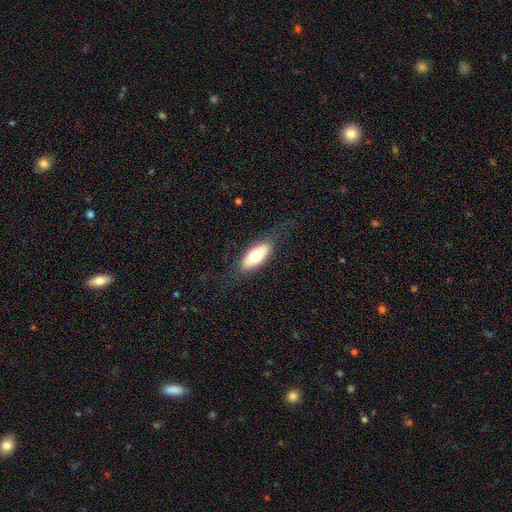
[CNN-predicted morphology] This is likely a smooth galaxy (65%). How rounded: likely in between (78%). Merging: likely none (74%).